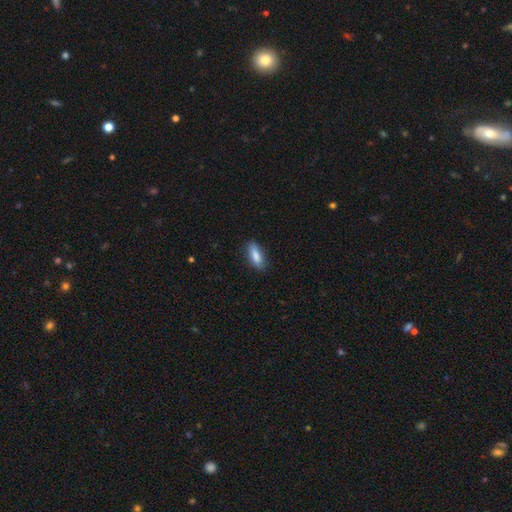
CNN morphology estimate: The model was most divided on "how rounded": in between: 70%, cigar-shaped: 27%, round: 2%. More confident: smooth or featured — smooth (85%); merging — none (82%).